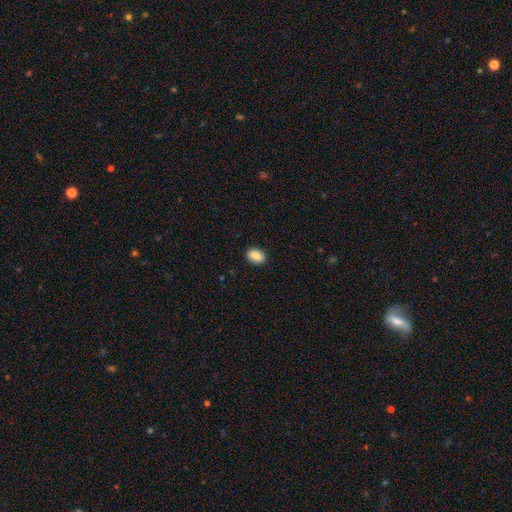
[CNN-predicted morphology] type=smooth (87%); roundness=in between (73%); merging=none (90%).